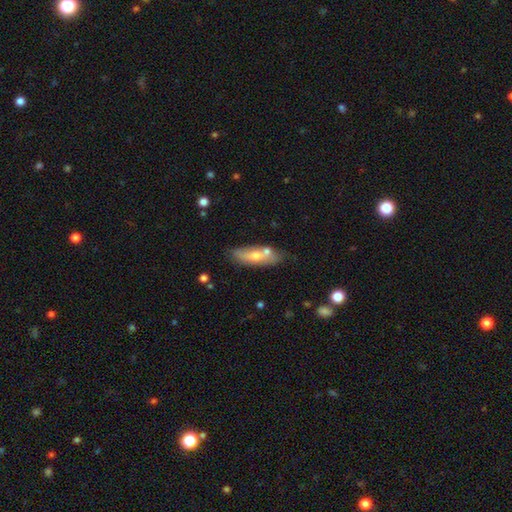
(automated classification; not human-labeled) smooth 51%, featured or disk 42%, star or artifact 8%. Down the decision tree: how rounded — cigar-shaped (49%); merging — none (62%).